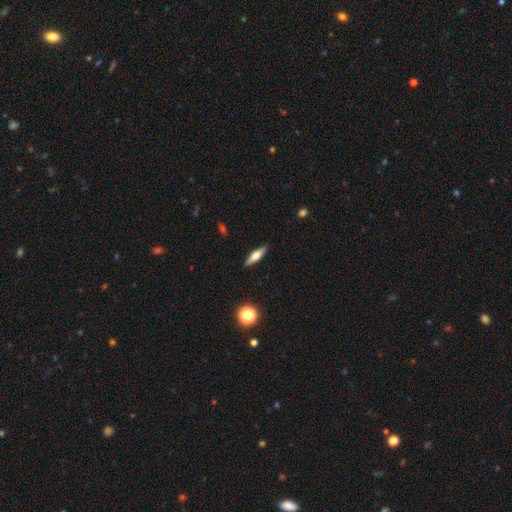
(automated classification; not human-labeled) Smooth or featured?
  - smooth: 47% *
  - featured or disk: 45%
  - star or artifact: 7%
Merging?
  - none: 90% *
  - minor disturbance: 7%
  - major disturbance: 2%
  - merger: 1%